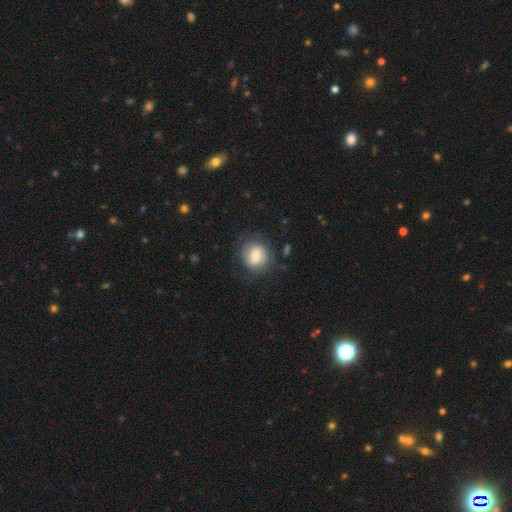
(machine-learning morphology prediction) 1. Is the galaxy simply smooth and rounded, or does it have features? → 61% smooth, 31% featured or disk, 8% star or artifact.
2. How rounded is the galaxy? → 80% round, 19% in between, 1% cigar-shaped.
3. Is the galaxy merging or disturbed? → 74% none, 16% minor disturbance, 8% major disturbance, 2% merger.